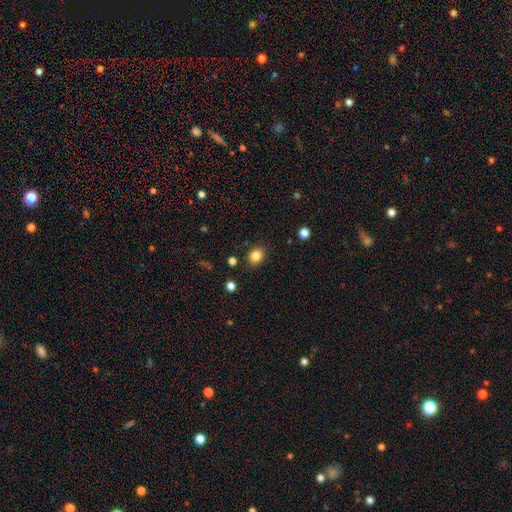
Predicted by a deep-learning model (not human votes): Smooth or featured: smooth — 84% (star or artifact — 11%)
How rounded: in between — 50% (round — 49%)
Merging: none — 87% (minor disturbance — 9%)